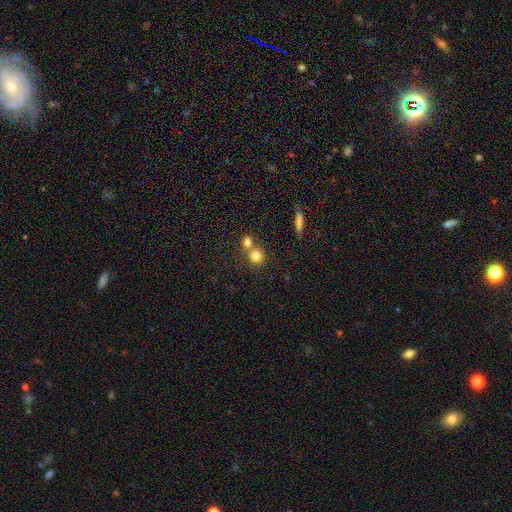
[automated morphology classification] This appears to be a smooth galaxy with no disk features (78%) that is round (89%). Merging: none (48%).